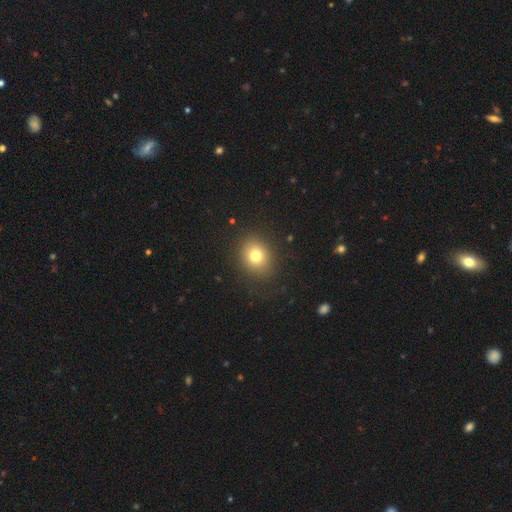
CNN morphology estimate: This appears to be a smooth galaxy with no disk features (77%) that is round (69%). Merging: none (86%).